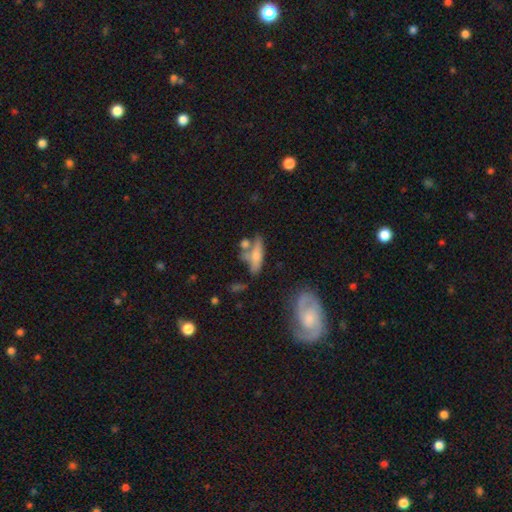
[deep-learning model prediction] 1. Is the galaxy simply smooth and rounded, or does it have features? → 58% smooth, 33% featured or disk, 9% star or artifact.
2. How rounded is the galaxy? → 50% cigar-shaped, 45% in between, 5% round.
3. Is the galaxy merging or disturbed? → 49% none, 25% merger, 18% minor disturbance, 9% major disturbance.